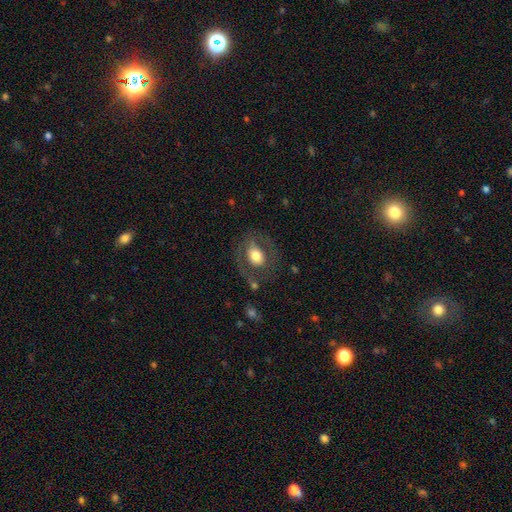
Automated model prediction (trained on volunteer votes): smooth-or-featured: smooth: 55% | featured or disk: 37% | star or artifact: 8%
  how-rounded: in between: 53% | round: 46% | cigar-shaped: 1%
  merging: none: 69% | minor disturbance: 16% | major disturbance: 13% | merger: 3%